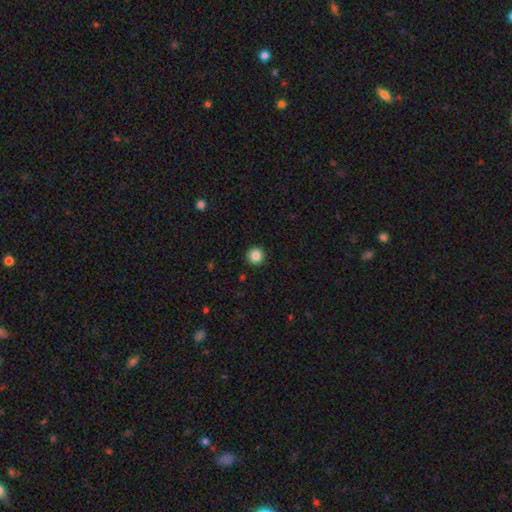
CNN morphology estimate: Smooth or featured: smooth — 86% (star or artifact — 10%)
How rounded: round — 96% (in between — 3%)
Merging: none — 93% (minor disturbance — 4%)